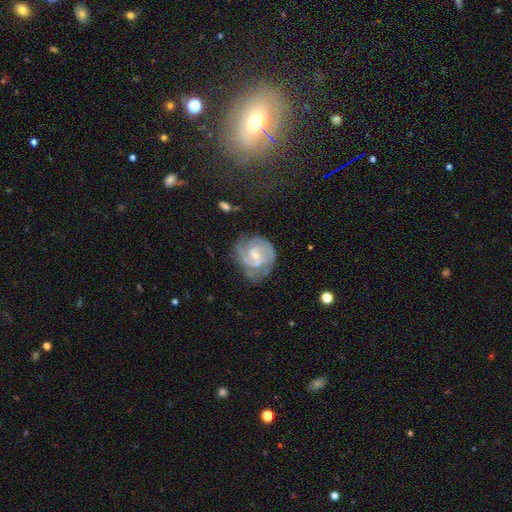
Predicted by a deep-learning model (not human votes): Morphology: type=featured or disk (85%); edge-on=no (98%); bar=no (51%); spiral arms=yes (96%); winding=tight (60%); arm count=2 (47%); bulge=small (61%); merging=none (62%).